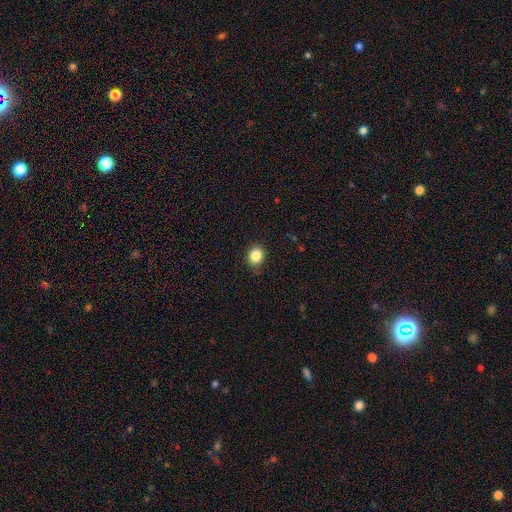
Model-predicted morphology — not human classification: smooth-or-featured: smooth: 86% | star or artifact: 10% | featured or disk: 4%
  how-rounded: round: 76% | in between: 23% | cigar-shaped: 1%
  merging: none: 87% | minor disturbance: 10% | major disturbance: 2% | merger: 1%